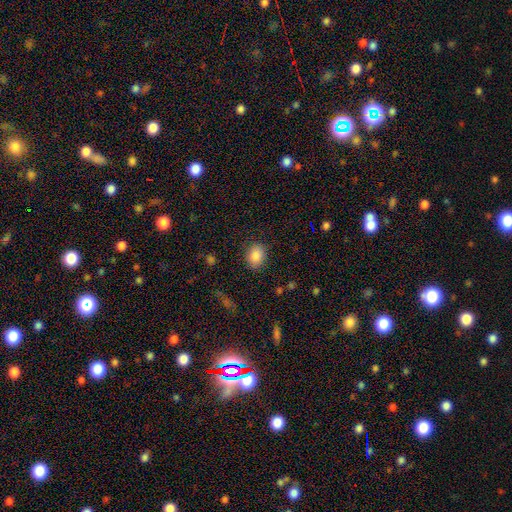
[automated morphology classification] Q: Smooth or featured?
A: smooth (85%); runner-up: star or artifact (9%)
Q: How rounded?
A: in between (55%); runner-up: round (44%)
Q: Merging?
A: none (86%); runner-up: minor disturbance (10%)